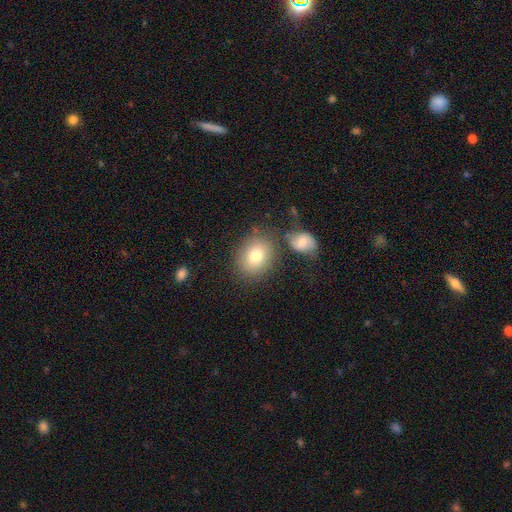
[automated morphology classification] The model was most divided on "how rounded": round: 57%, in between: 42%, cigar-shaped: 1%. More confident: smooth or featured — smooth (78%); merging — none (74%).